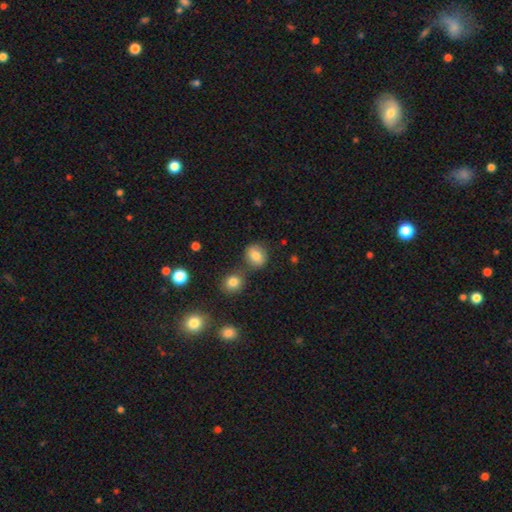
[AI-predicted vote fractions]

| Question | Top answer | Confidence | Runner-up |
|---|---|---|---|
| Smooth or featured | smooth | 80% | star or artifact (10%) |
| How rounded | round | 60% | in between (39%) |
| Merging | none | 74% | minor disturbance (13%) |